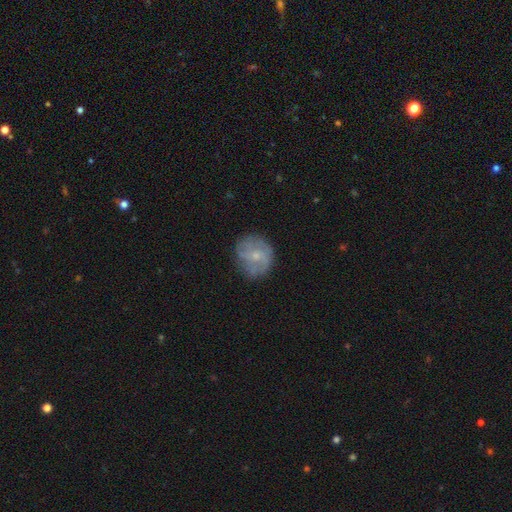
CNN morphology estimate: A featured or disk galaxy (58%) with no bar (68%), spiral arms (77%) and a small central bulge (64%).

Vote fractions:
- Smooth or featured? featured or disk: 58% / smooth: 35% / star or artifact: 8%
- Edge-on disk? no: 98% / yes: 2%
- Bar? no: 68% / weak: 28% / strong: 4%
- Spiral arms? yes: 77% / no: 23%
- Bulge size? small: 64% / moderate: 28% / none: 6% / large: 1% / dominant: 1%
- Merging? none: 73% / minor disturbance: 18% / major disturbance: 8% / merger: 1%